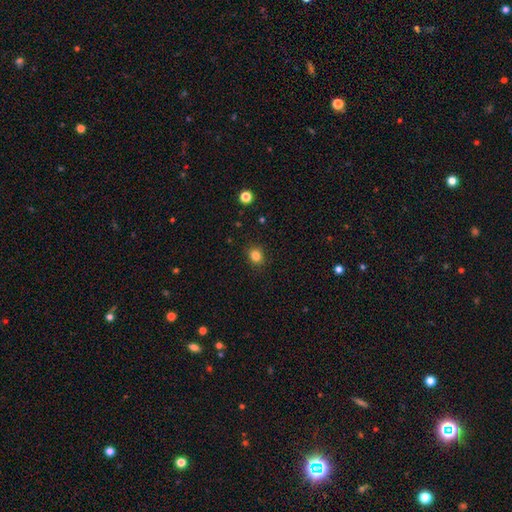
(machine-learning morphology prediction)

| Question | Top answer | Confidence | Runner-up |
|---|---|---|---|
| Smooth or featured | smooth | 84% | star or artifact (12%) |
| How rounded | round | 66% | in between (33%) |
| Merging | none | 88% | minor disturbance (8%) |